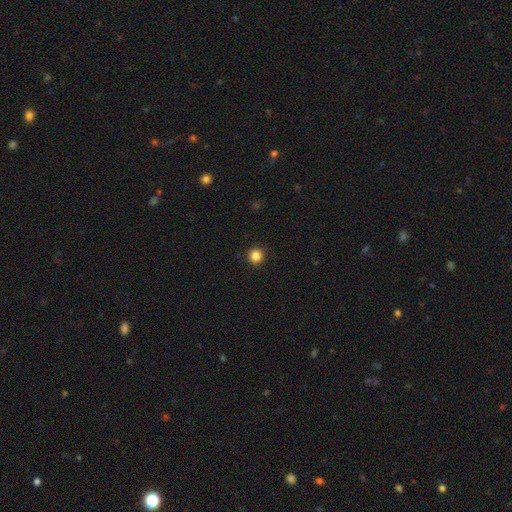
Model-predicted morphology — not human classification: Q: Smooth or featured?
A: smooth (85%); runner-up: star or artifact (12%)
Q: How rounded?
A: round (95%); runner-up: in between (4%)
Q: Merging?
A: none (92%); runner-up: minor disturbance (5%)